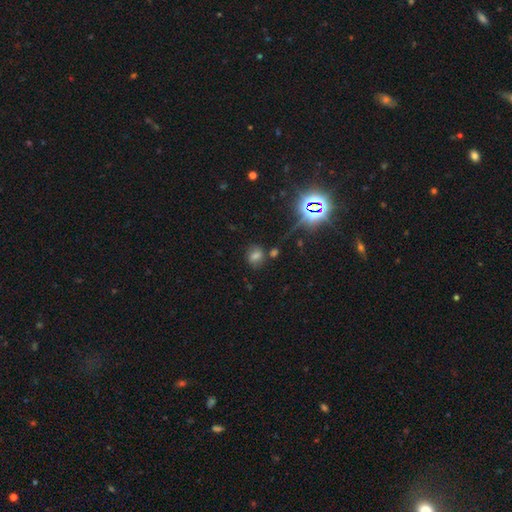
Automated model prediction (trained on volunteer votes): A smooth galaxy with no disk features (60%) that is round (55%).

Vote fractions:
- Smooth or featured? smooth: 60% / star or artifact: 28% / featured or disk: 11%
- How rounded? round: 55% / in between: 43% / cigar-shaped: 2%
- Merging? none: 72% / minor disturbance: 13% / merger: 9% / major disturbance: 5%